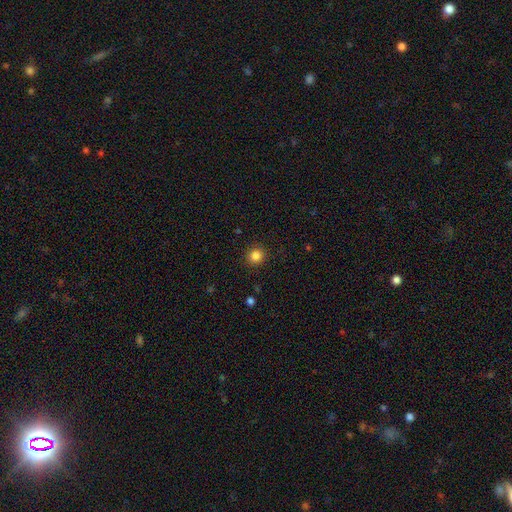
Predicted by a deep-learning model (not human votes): This is clearly a smooth galaxy (84%). How rounded: clearly round (90%). Merging: clearly none (91%).